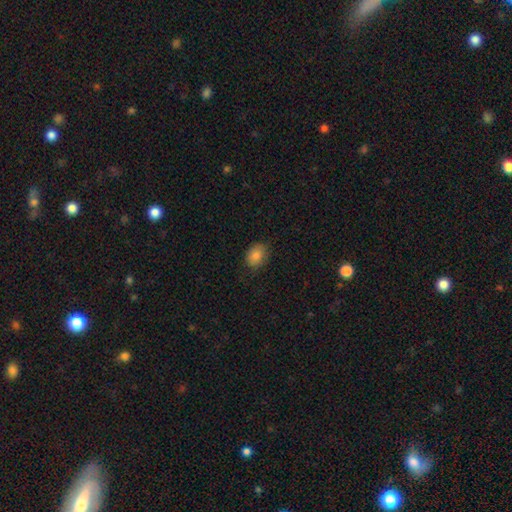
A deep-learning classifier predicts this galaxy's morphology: Smooth or featured?
  - smooth: 84% *
  - star or artifact: 9%
  - featured or disk: 7%
How rounded?
  - in between: 66% *
  - round: 33%
  - cigar-shaped: 1%
Merging?
  - none: 79% *
  - minor disturbance: 17%
  - major disturbance: 3%
  - merger: 1%